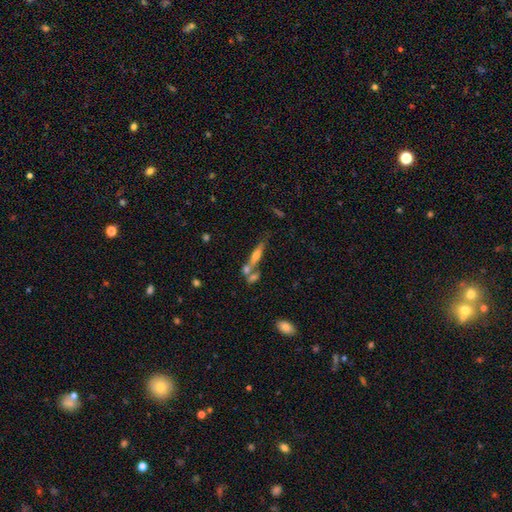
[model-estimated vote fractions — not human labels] Morphology: type=featured or disk (49%); merging=none (48%).